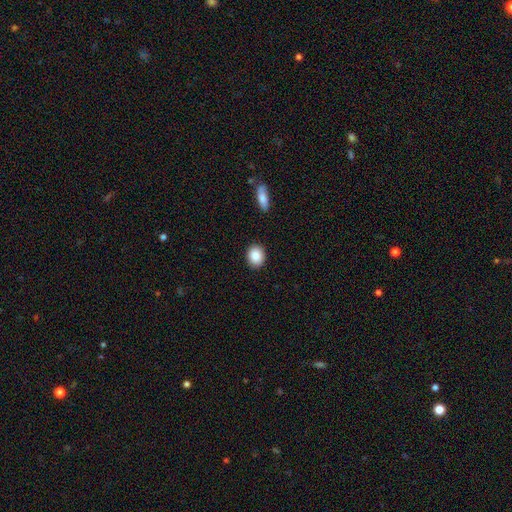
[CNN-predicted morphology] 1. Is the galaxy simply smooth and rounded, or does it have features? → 87% smooth, 8% star or artifact, 5% featured or disk.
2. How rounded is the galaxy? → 59% round, 40% in between, 1% cigar-shaped.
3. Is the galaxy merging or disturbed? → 90% none, 6% minor disturbance, 2% major disturbance, 2% merger.